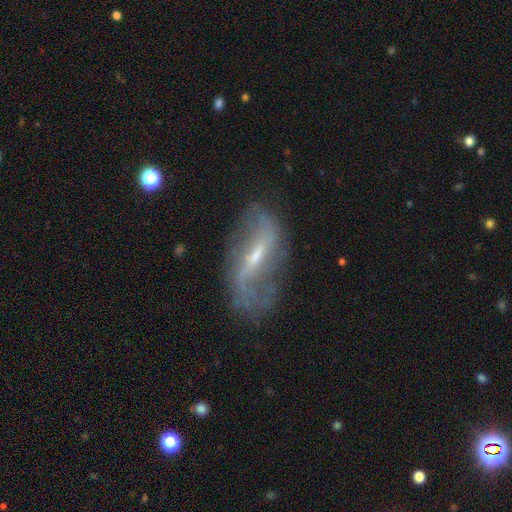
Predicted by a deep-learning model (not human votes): Smooth or featured? featured or disk (79%)
Edge-on disk? no (90%)
Bar? strong (44%)
Spiral arms? yes (85%)
Spiral winding? loose (76%)
Spiral arm count? 2 (80%)
Bulge size? small (52%)
Merging? none (59%)